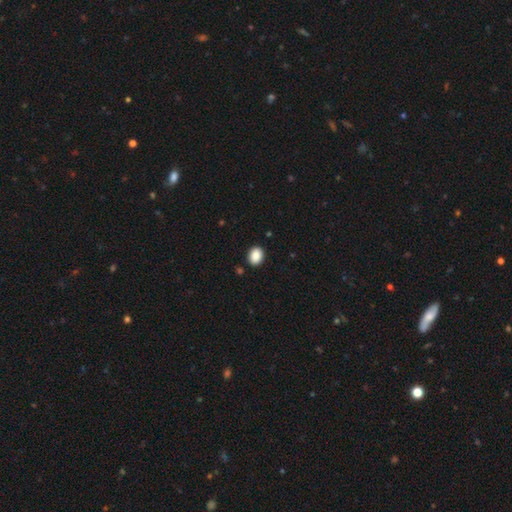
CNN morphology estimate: A smooth galaxy with no disk features (89%) that is in between round and cigar-shaped (65%). Merging: none (89%).